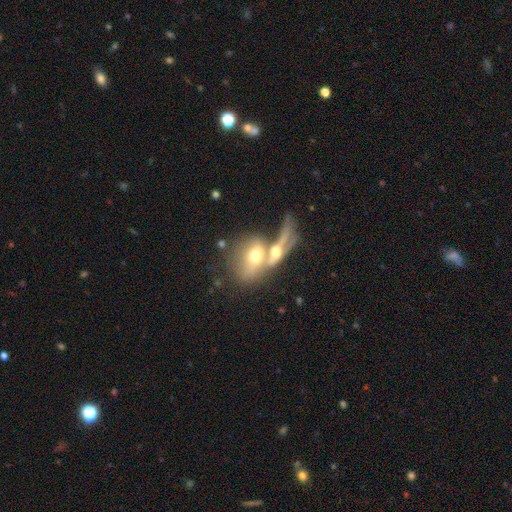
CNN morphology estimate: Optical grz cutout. It shows a smooth galaxy with no disk features (49%). Merging: merger (62%).